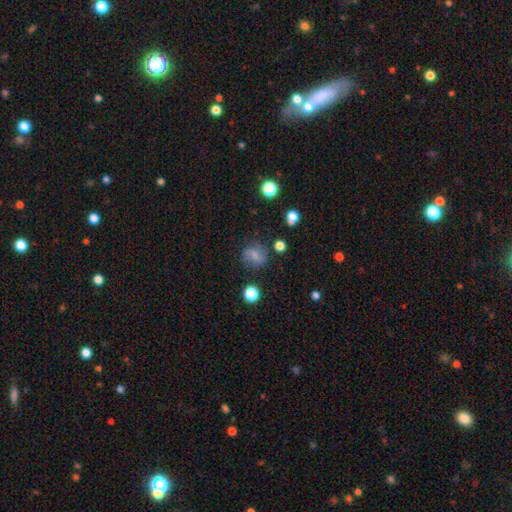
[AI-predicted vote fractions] Smooth or featured? Predicted: smooth (p=0.64). How rounded? Predicted: round (p=0.73). Merging? Predicted: none (p=0.70).